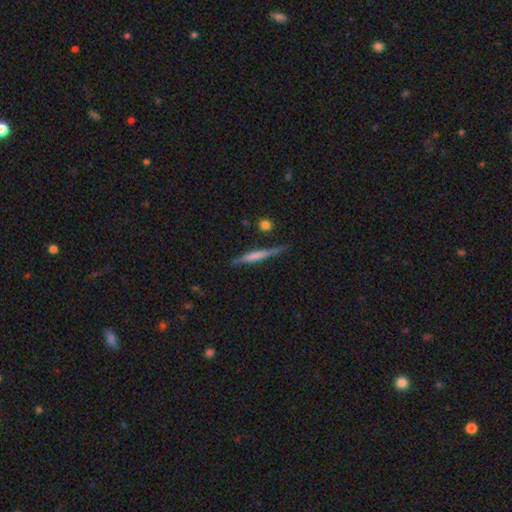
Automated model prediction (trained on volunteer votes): smooth-or-featured: smooth: 48% | featured or disk: 46% | star or artifact: 6%
  merging: none: 78% | minor disturbance: 15% | major disturbance: 3% | merger: 3%